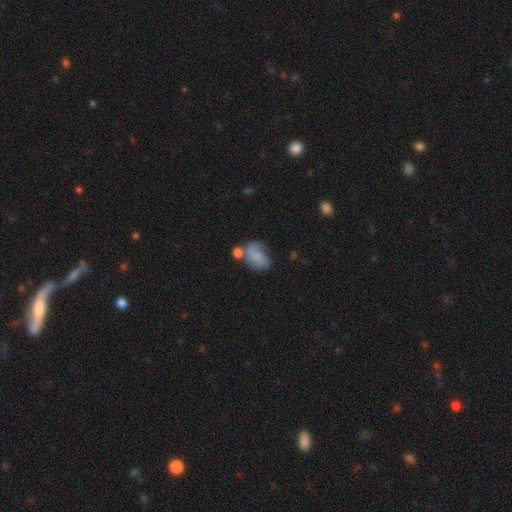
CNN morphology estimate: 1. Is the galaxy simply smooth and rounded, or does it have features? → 48% smooth, 41% featured or disk, 10% star or artifact.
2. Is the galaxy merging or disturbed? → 34% none, 28% merger, 23% minor disturbance, 15% major disturbance.